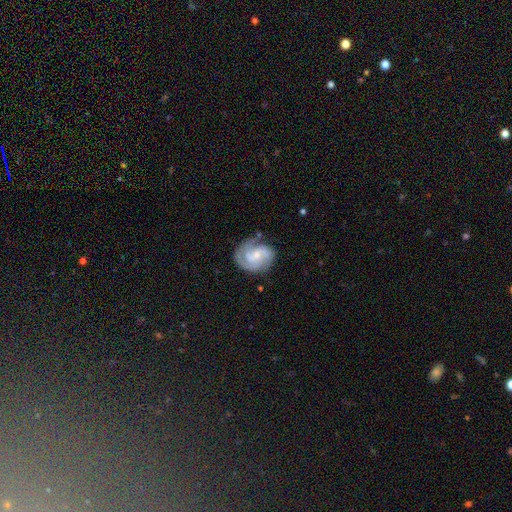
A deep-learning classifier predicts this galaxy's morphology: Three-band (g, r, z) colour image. It shows a featured or disk galaxy (82%) with no bar (53%), 2 (43%) tight (45%) spiral arms (96%) and a small central bulge (61%). Merging: none (67%).